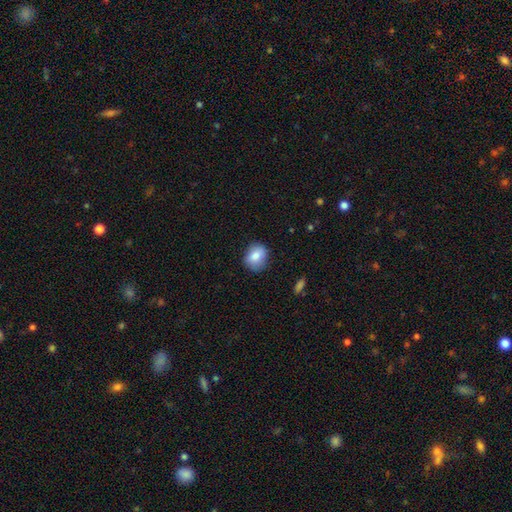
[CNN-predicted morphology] Smooth or featured? Predicted: smooth (p=0.81). How rounded? Predicted: round (p=0.62). Merging? Predicted: none (p=0.80).